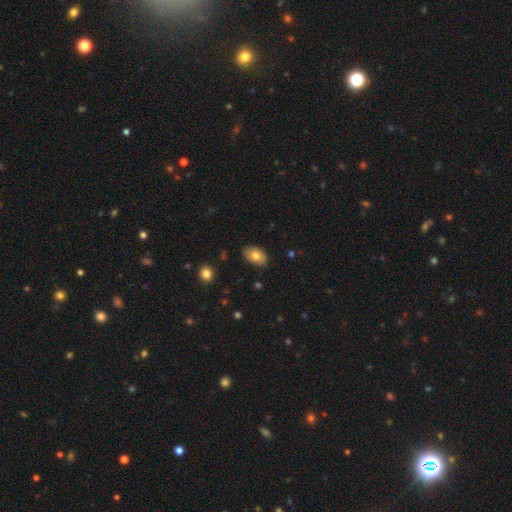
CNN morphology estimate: Overall: smooth (78%). How rounded: in between (89%). Merging: none (83%).